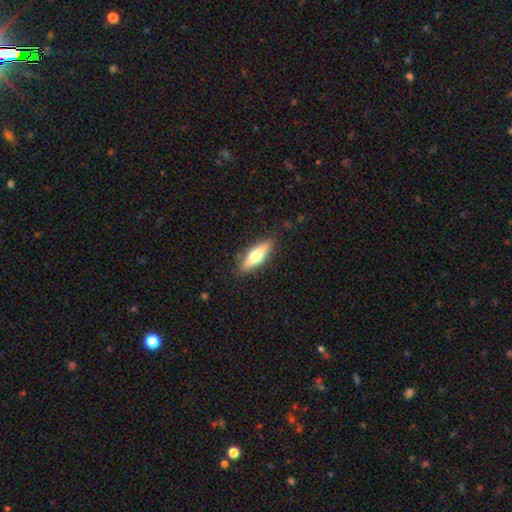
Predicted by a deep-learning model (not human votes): smooth-or-featured: smooth: 51% | featured or disk: 43% | star or artifact: 6%
  how-rounded: cigar-shaped: 53% | in between: 45% | round: 3%
  merging: none: 86% | minor disturbance: 10% | major disturbance: 2% | merger: 1%